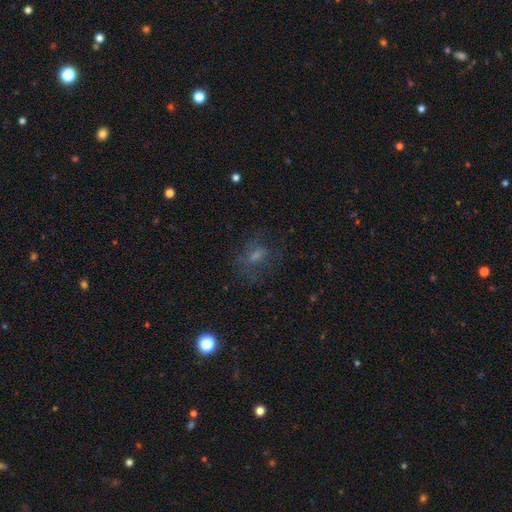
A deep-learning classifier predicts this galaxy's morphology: This is marginally a smooth galaxy (41%). Merging: likely none (63%).